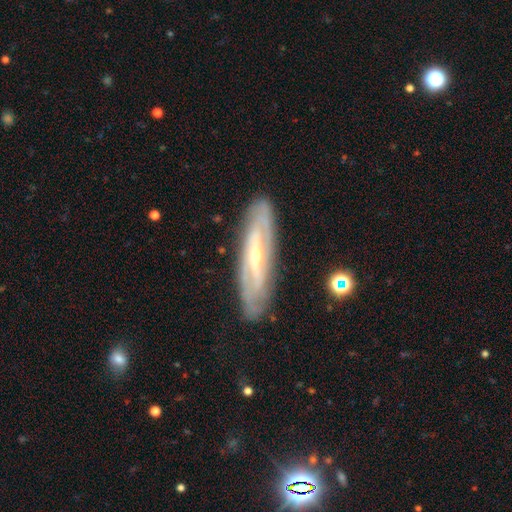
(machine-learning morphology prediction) Smooth or featured: featured or disk — 80% (smooth — 14%)
Edge-on disk: no — 63% (yes — 37%)
Bar: strong — 38% (weak — 33%)
Spiral arms: yes — 73% (no — 27%)
Bulge size: small — 63% (moderate — 34%)
Merging: none — 85% (minor disturbance — 11%)